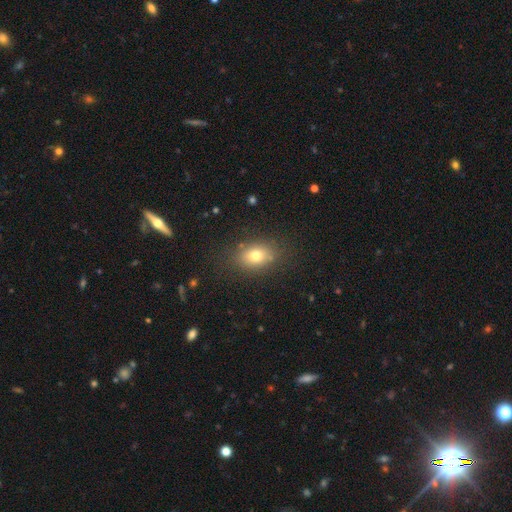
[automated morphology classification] Smooth or featured?
  - smooth: 74% *
  - featured or disk: 14%
  - star or artifact: 12%
How rounded?
  - in between: 71% *
  - round: 27%
  - cigar-shaped: 2%
Merging?
  - none: 80% *
  - minor disturbance: 13%
  - major disturbance: 5%
  - merger: 2%